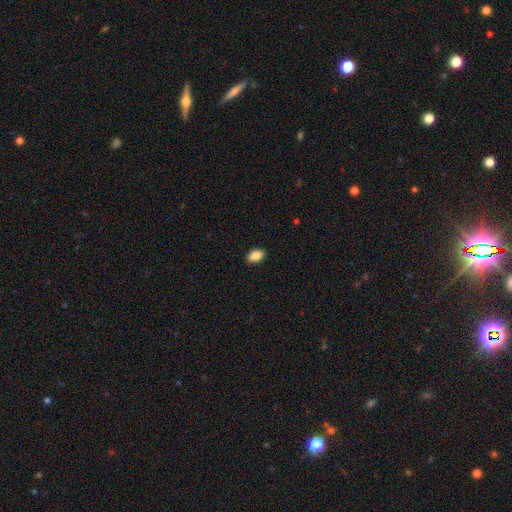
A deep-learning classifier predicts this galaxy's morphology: Smooth or featured?
  - smooth: 87% *
  - star or artifact: 8%
  - featured or disk: 5%
How rounded?
  - in between: 88% *
  - round: 10%
  - cigar-shaped: 2%
Merging?
  - none: 89% *
  - minor disturbance: 8%
  - major disturbance: 2%
  - merger: 1%